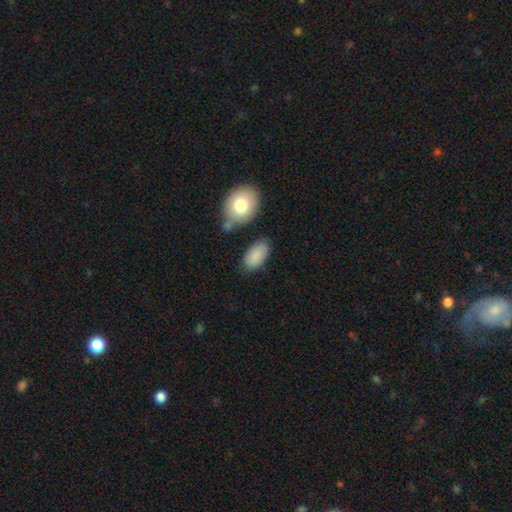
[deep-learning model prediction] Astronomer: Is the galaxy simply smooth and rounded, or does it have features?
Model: smooth — 87%.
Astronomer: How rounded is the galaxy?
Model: in between — 94%.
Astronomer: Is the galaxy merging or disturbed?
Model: none — 69%.